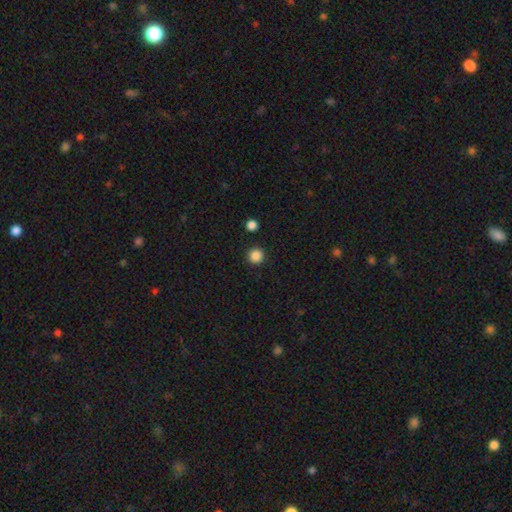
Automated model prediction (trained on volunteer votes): smooth 86%, star or artifact 11%, featured or disk 3%. Down the decision tree: how rounded — round (96%); merging — none (92%).